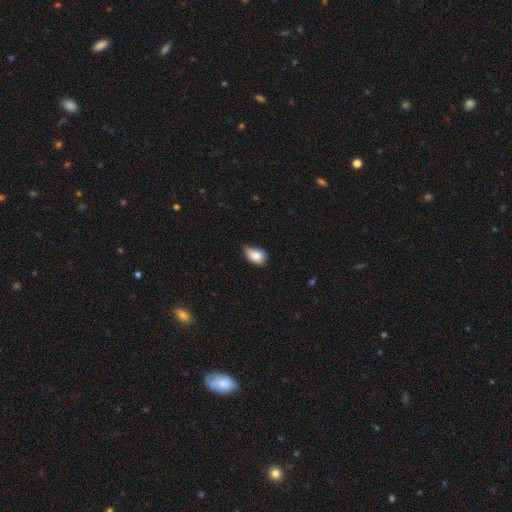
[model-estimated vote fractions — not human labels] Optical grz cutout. It shows a smooth galaxy with no disk features (83%) that is in between round and cigar-shaped (76%). Merging: minor disturbance (56%).